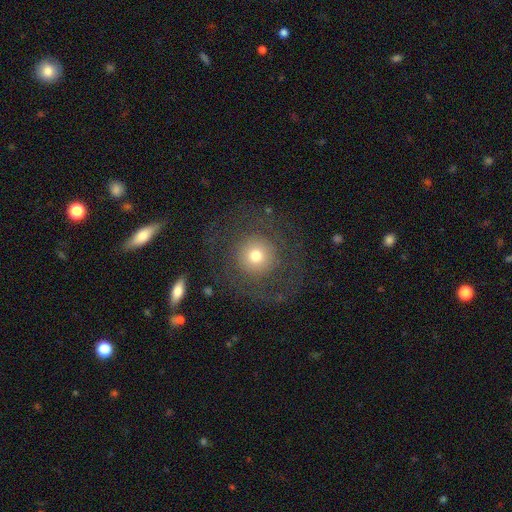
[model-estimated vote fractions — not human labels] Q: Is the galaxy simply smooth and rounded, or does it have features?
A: smooth — 54%.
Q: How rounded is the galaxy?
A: round — 93%.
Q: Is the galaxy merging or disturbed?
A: none — 73%.